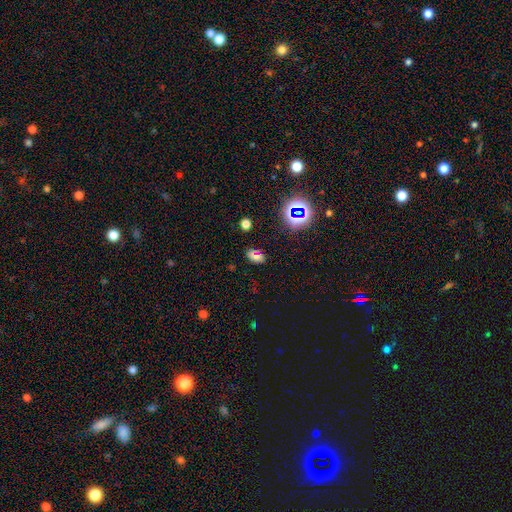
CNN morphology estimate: type=smooth (52%); roundness=in between (86%); merging=none (74%).